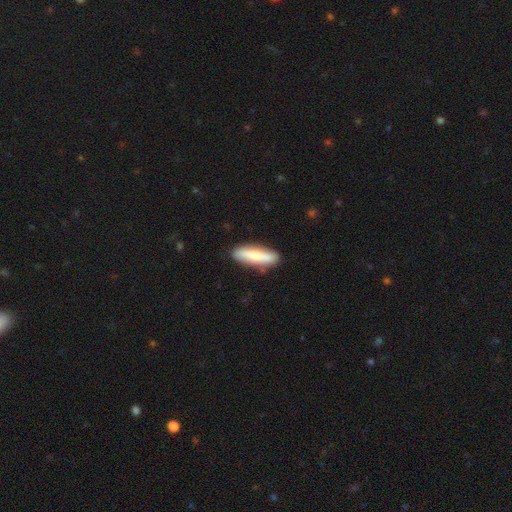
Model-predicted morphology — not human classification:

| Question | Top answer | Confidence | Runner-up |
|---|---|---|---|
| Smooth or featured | smooth | 73% | featured or disk (22%) |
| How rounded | cigar-shaped | 73% | in between (25%) |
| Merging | none | 86% | minor disturbance (10%) |